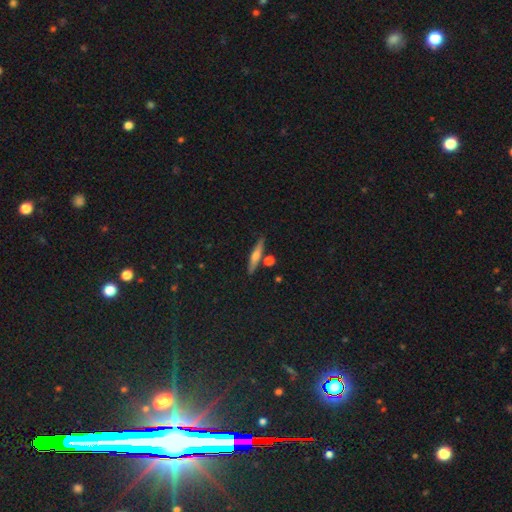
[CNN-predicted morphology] A smooth galaxy with no disk features (48%).

Vote fractions:
- Smooth or featured? smooth: 48% / featured or disk: 42% / star or artifact: 9%
- Merging? none: 80% / minor disturbance: 10% / merger: 7% / major disturbance: 2%